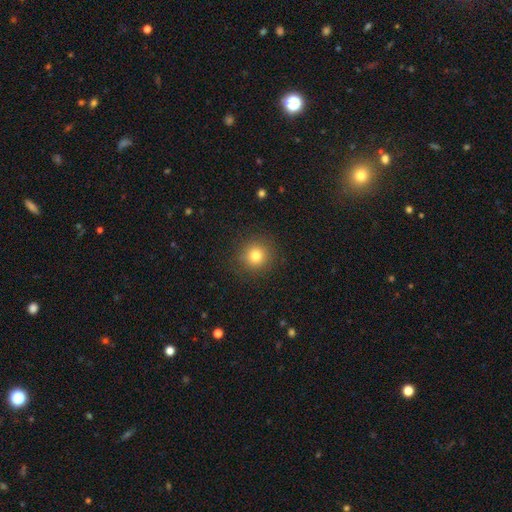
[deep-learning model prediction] Smooth or featured: smooth — 78% (star or artifact — 13%)
How rounded: round — 93% (in between — 6%)
Merging: none — 89% (minor disturbance — 7%)